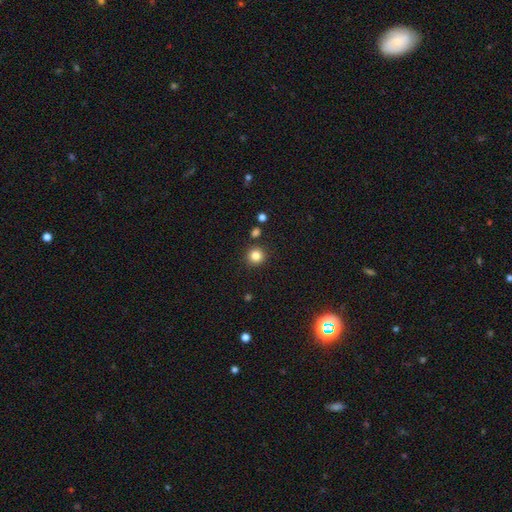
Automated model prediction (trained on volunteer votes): Smooth or featured: smooth — 83% (star or artifact — 12%)
How rounded: round — 94% (in between — 5%)
Merging: none — 88% (minor disturbance — 6%)